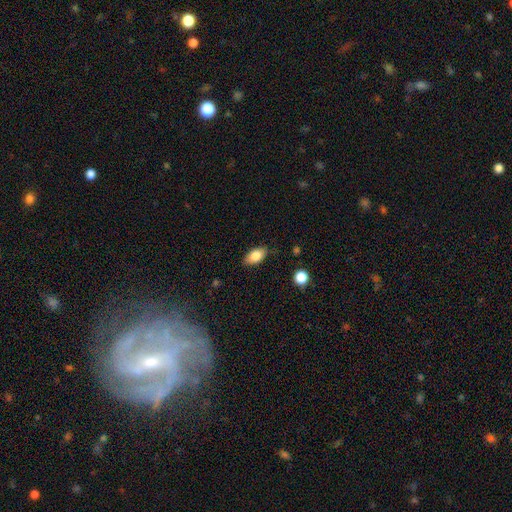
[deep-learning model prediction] Smooth or featured: smooth — 81% (featured or disk — 11%)
How rounded: in between — 91% (round — 5%)
Merging: none — 84% (minor disturbance — 13%)